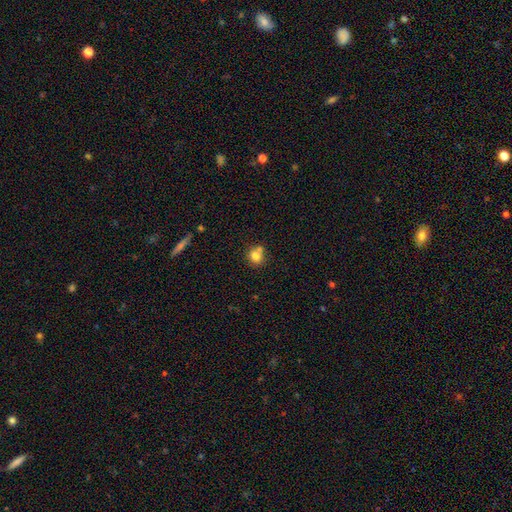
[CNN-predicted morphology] Q: Smooth or featured?
A: smooth (79%); runner-up: star or artifact (11%)
Q: How rounded?
A: round (84%); runner-up: in between (15%)
Q: Merging?
A: none (59%); runner-up: merger (27%)